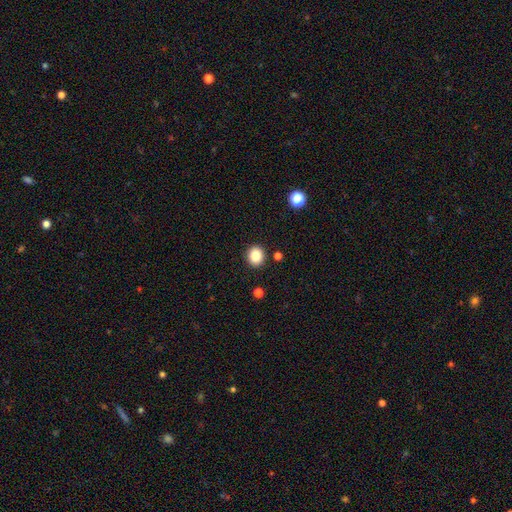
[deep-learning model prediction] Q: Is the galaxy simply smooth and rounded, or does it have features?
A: smooth — 87%.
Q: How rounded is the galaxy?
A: round — 80%.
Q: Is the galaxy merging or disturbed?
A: none — 89%.